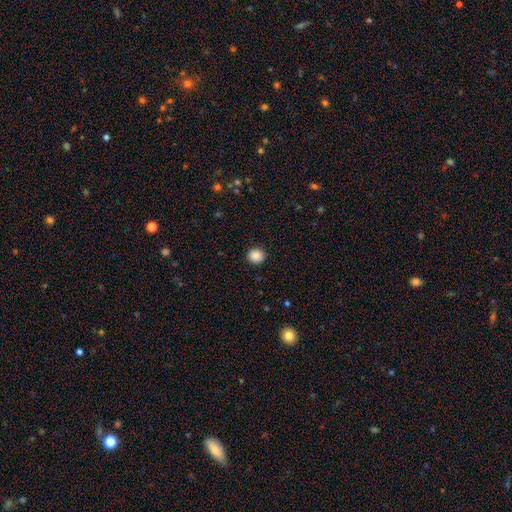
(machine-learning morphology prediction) smooth 88%, star or artifact 9%, featured or disk 3%. Down the decision tree: how rounded — round (86%); merging — none (92%).